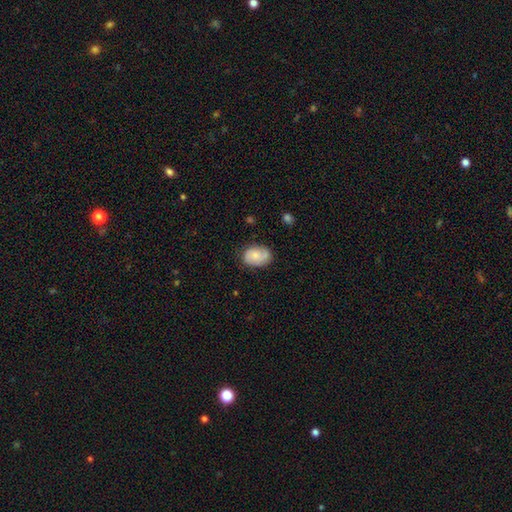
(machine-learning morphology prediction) type=smooth (57%); roundness=in between (76%); merging=none (71%).